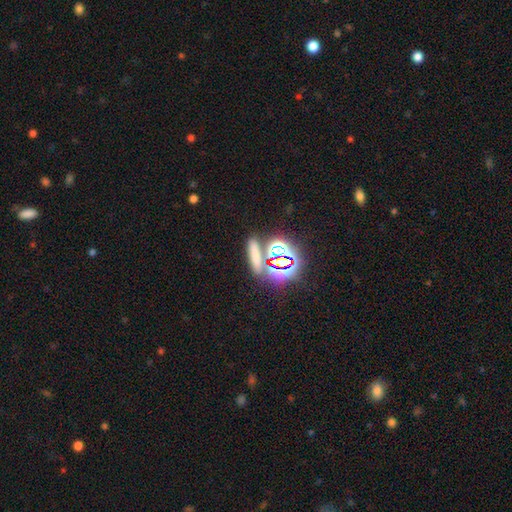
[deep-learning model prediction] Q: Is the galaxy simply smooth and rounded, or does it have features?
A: smooth — 55%.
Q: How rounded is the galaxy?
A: cigar-shaped — 52%.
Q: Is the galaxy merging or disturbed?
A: none — 77%.